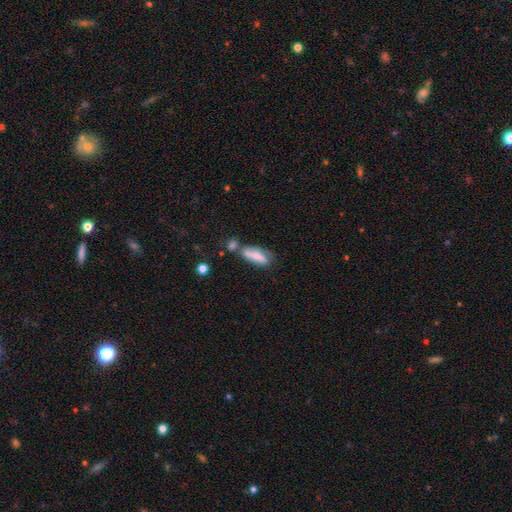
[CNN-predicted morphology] smooth_or_featured: smooth (p=0.61) [alt: featured or disk p=0.31]
how_rounded: in between (p=0.61) [alt: cigar-shaped p=0.36]
merging: none (p=0.42) [alt: merger p=0.30]